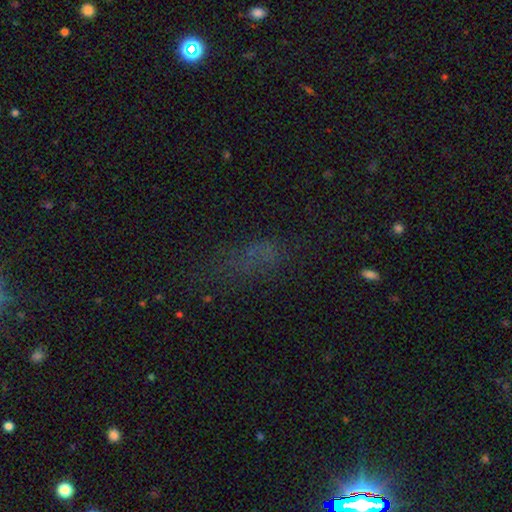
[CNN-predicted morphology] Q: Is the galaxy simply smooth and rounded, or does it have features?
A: smooth — 46%.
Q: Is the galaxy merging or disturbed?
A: none — 55%.